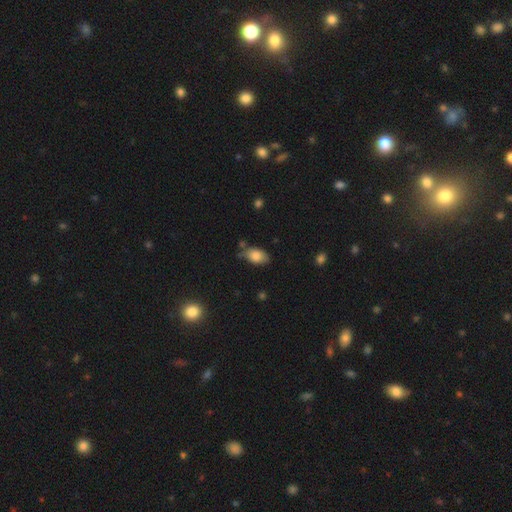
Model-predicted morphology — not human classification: smooth_or_featured: smooth (p=0.82) [alt: featured or disk p=0.10]
how_rounded: in between (p=0.89) [alt: round p=0.09]
merging: none (p=0.59) [alt: minor disturbance p=0.28]